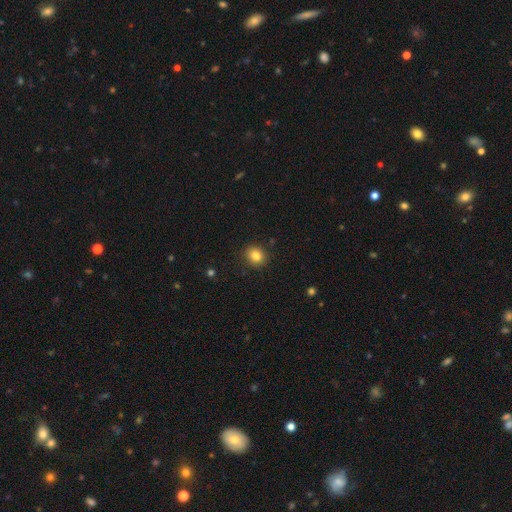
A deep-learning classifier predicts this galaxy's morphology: Smooth or featured? Predicted: smooth (p=0.83). How rounded? Predicted: round (p=0.72). Merging? Predicted: none (p=0.89).